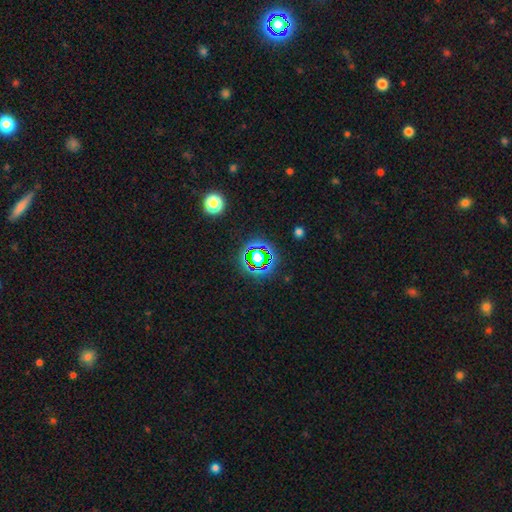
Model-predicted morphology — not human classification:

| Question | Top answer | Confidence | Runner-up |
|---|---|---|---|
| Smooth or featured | star or artifact | 68% | smooth (21%) |